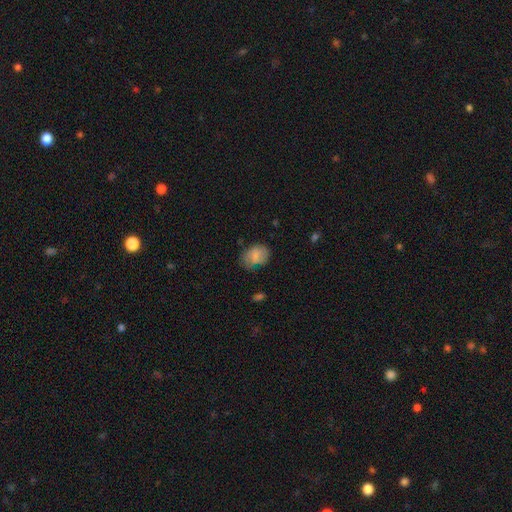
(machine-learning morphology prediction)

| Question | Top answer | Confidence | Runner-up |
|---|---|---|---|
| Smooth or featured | smooth | 66% | featured or disk (26%) |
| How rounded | in between | 69% | round (29%) |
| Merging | none | 54% | minor disturbance (30%) |